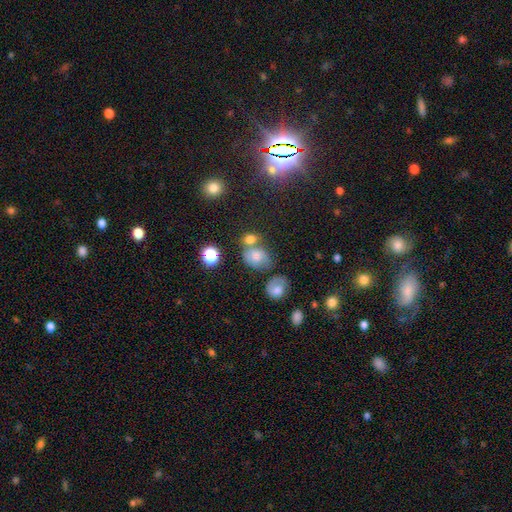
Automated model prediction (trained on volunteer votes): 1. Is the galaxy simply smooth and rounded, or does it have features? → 59% smooth, 23% star or artifact, 18% featured or disk.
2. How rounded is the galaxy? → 52% in between, 46% round, 2% cigar-shaped.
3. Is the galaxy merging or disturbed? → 46% none, 28% merger, 18% minor disturbance, 9% major disturbance.